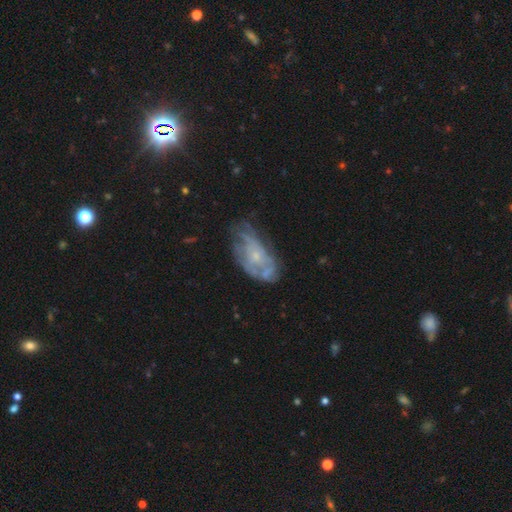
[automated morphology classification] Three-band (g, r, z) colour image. It shows a featured or disk galaxy (66%) with no bar (83%), spiral arms (54%) and a small central bulge (70%). Merging: none (48%).